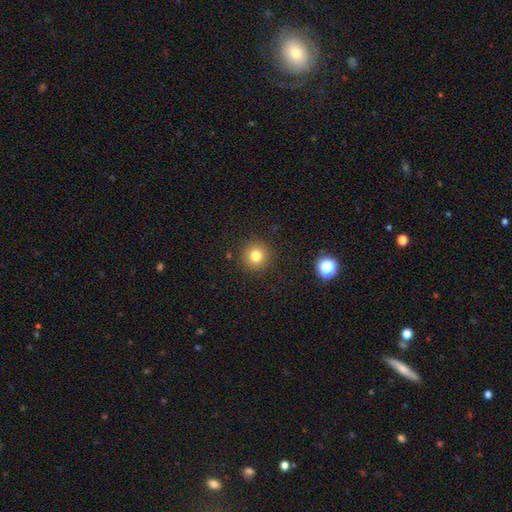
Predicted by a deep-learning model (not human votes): Overall: smooth (79%). How rounded: round (95%). Merging: none (90%).